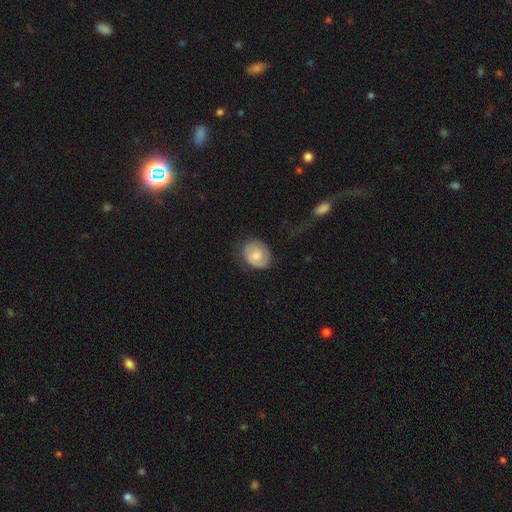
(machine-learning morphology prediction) smooth_or_featured: smooth (p=0.48) [alt: featured or disk p=0.45]
merging: none (p=0.67) [alt: minor disturbance p=0.21]